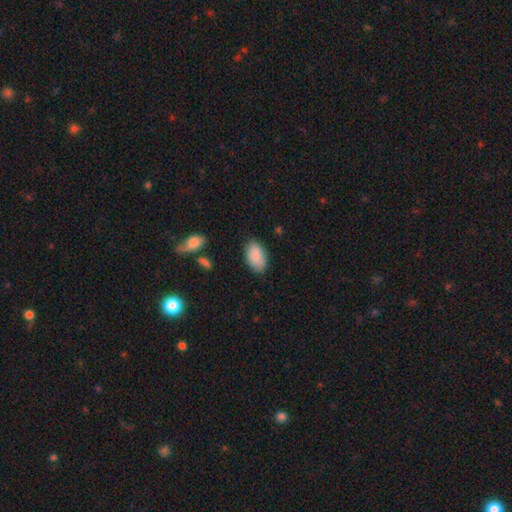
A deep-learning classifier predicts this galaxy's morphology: Smooth or featured: smooth — 86% (featured or disk — 8%)
How rounded: in between — 93% (round — 5%)
Merging: none — 82% (minor disturbance — 13%)